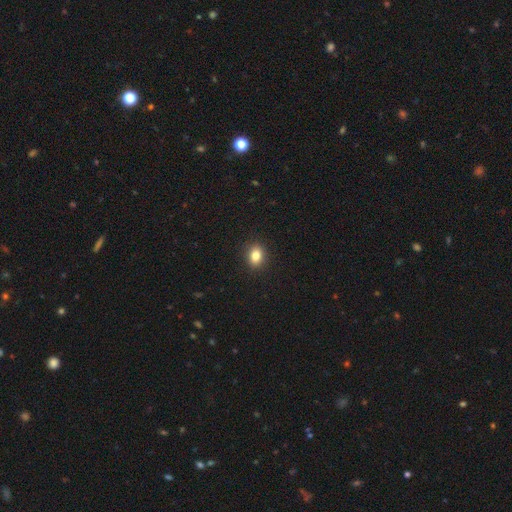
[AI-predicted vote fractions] smooth 83%, star or artifact 10%, featured or disk 7%. Down the decision tree: how rounded — in between (66%); merging — none (90%).